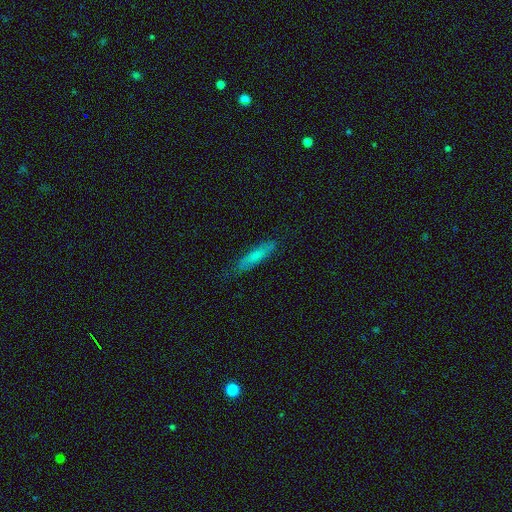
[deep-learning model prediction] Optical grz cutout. It shows a smooth galaxy with no disk features (66%) that is cigar-shaped (80%). Merging: none (78%).